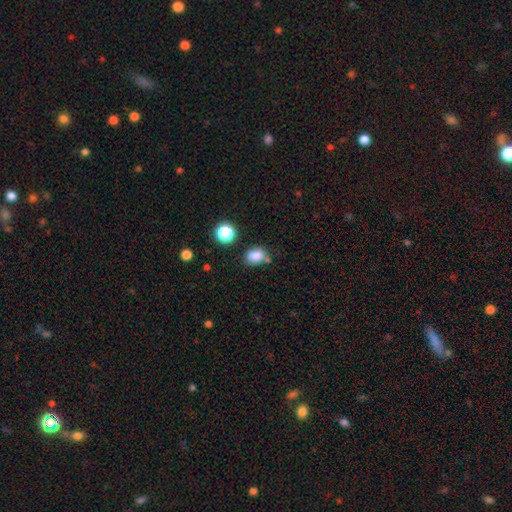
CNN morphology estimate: Smooth or featured? Predicted: smooth (p=0.83). How rounded? Predicted: in between (p=0.66). Merging? Predicted: none (p=0.66).